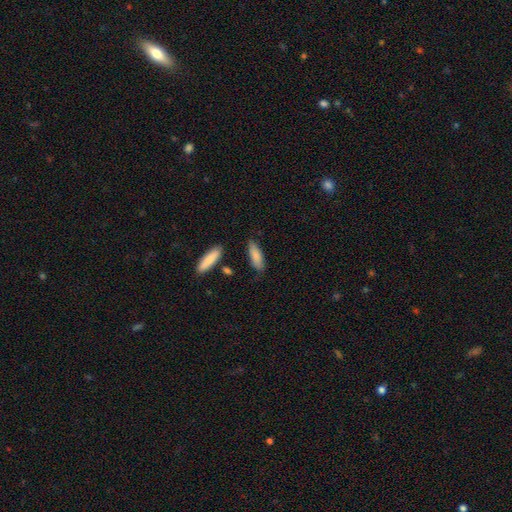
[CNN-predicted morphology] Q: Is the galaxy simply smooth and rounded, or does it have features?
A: smooth — 85%.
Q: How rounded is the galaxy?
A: in between — 53%.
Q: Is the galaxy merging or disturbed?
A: none — 78%.